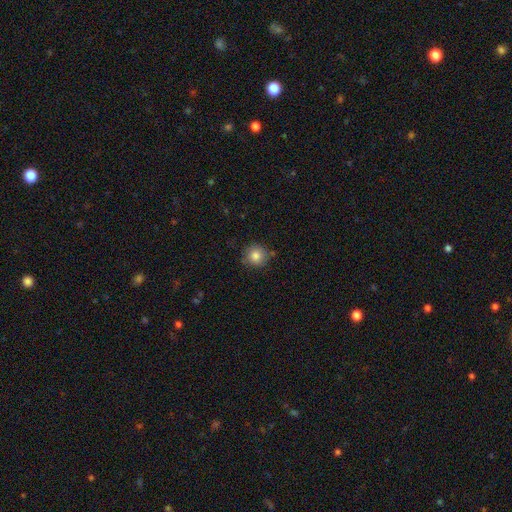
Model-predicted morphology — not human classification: A smooth galaxy with no disk features (83%) that is round (92%). Merging: none (82%).